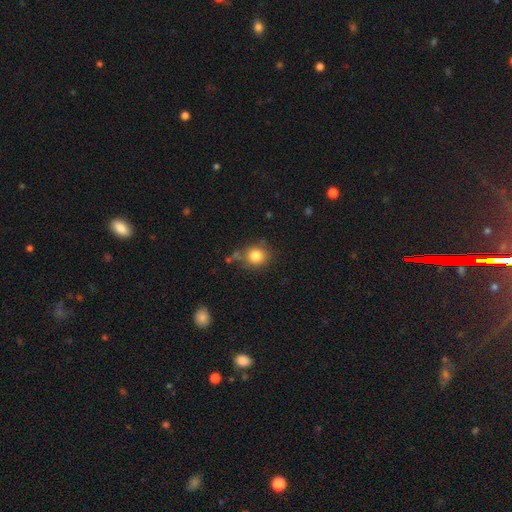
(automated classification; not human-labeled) Q: Smooth or featured?
A: smooth (82%); runner-up: star or artifact (10%)
Q: How rounded?
A: round (82%); runner-up: in between (17%)
Q: Merging?
A: none (72%); runner-up: minor disturbance (16%)